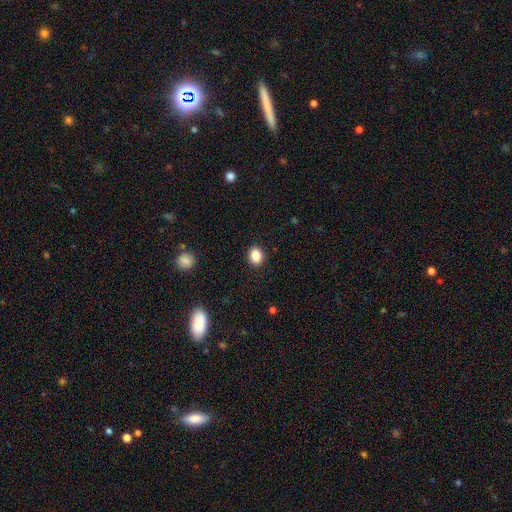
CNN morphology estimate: Overall: smooth (87%). How rounded: in between (54%; round 45%). Merging: none (90%).